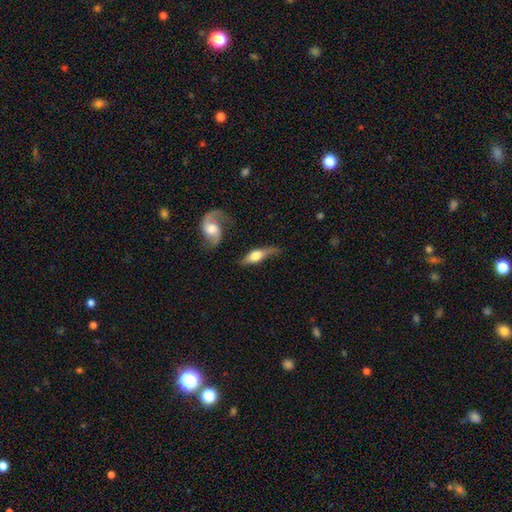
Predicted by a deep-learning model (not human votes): Smooth or featured? featured or disk (62%)
Edge-on disk? yes (72%)
Merging? none (56%)